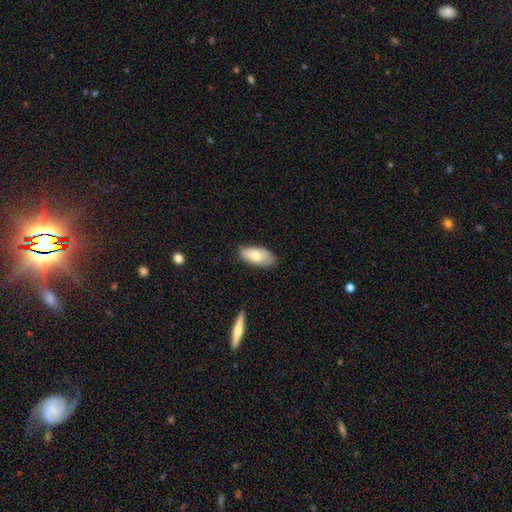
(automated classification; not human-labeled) This appears to be a smooth galaxy with no disk features (75%) that is in between round and cigar-shaped (91%). Merging: none (77%).